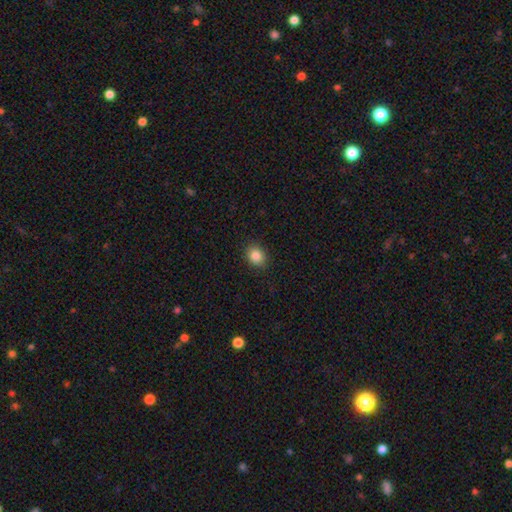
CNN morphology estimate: A smooth galaxy with no disk features (86%) that is round (61%). Merging: none (89%).